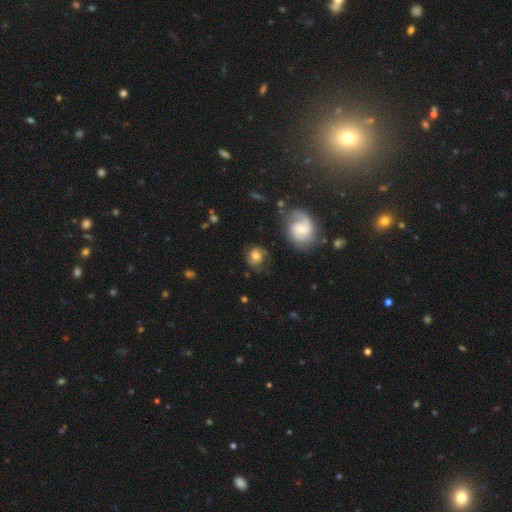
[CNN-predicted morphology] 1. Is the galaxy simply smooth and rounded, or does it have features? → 47% featured or disk, 44% smooth, 10% star or artifact.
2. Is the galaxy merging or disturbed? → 62% none, 21% minor disturbance, 13% major disturbance, 4% merger.